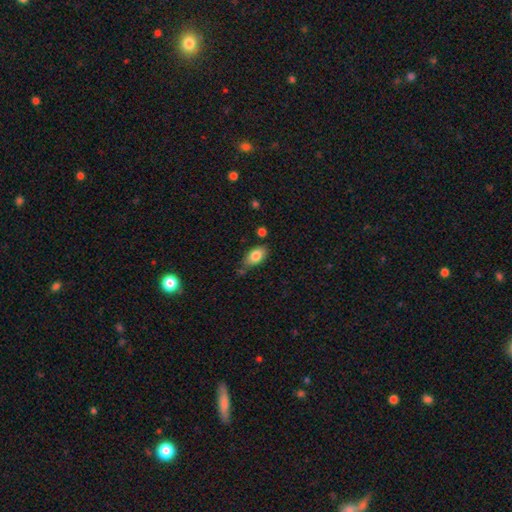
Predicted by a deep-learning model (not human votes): A smooth galaxy with no disk features (82%) that is in between round and cigar-shaped (91%). Merging: none (65%).